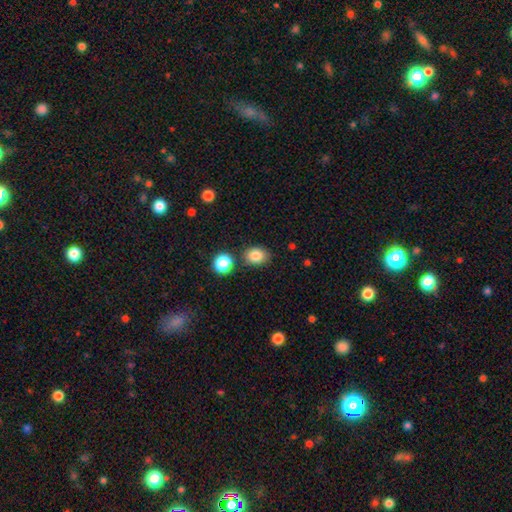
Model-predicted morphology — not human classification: Q: Smooth or featured?
A: smooth (84%); runner-up: star or artifact (10%)
Q: How rounded?
A: in between (54%); runner-up: round (45%)
Q: Merging?
A: none (78%); runner-up: minor disturbance (12%)